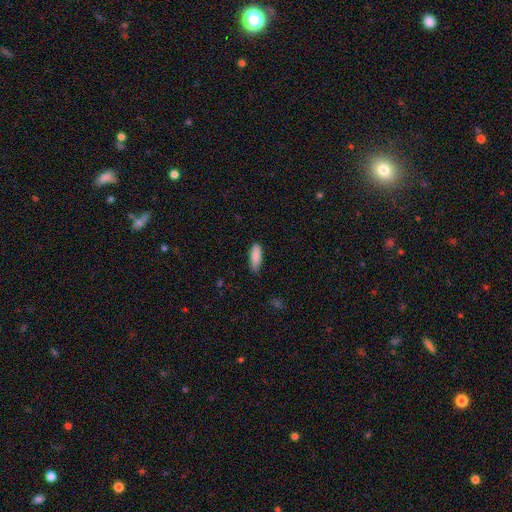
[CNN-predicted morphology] A smooth galaxy with no disk features (88%) that is in between round and cigar-shaped (63%). Merging: none (79%).